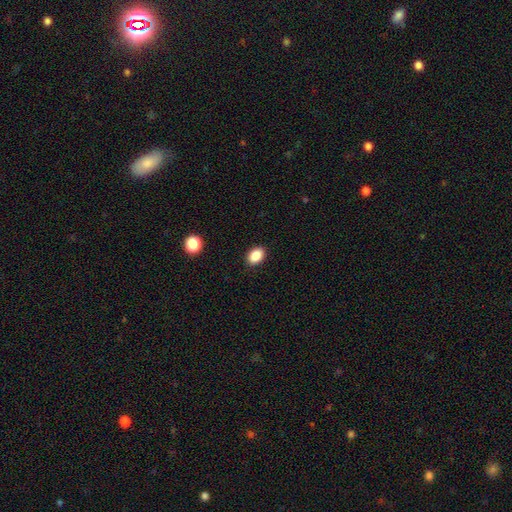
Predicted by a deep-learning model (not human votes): Smooth or featured: smooth — 88% (star or artifact — 9%)
How rounded: in between — 80% (round — 19%)
Merging: none — 90% (minor disturbance — 7%)